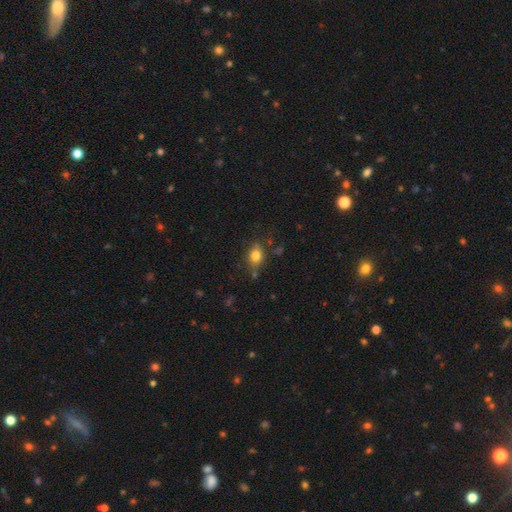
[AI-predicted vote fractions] Smooth or featured? Predicted: smooth (p=0.78). How rounded? Predicted: in between (p=0.64). Merging? Predicted: none (p=0.72).